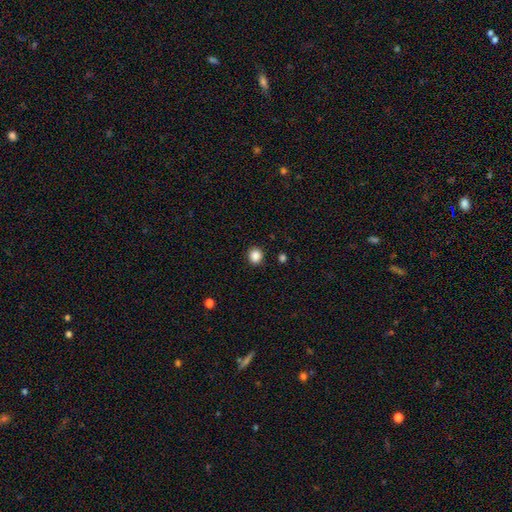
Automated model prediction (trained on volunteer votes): The model was most divided on "how rounded": round: 85%, in between: 14%, cigar-shaped: 1%. More confident: merging — none (91%); smooth or featured — smooth (87%).